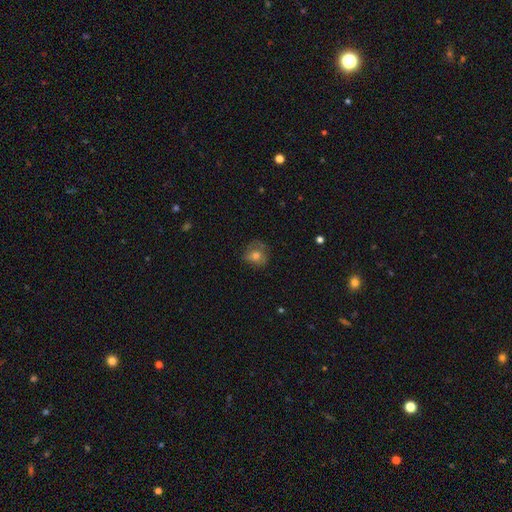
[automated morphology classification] smooth_or_featured: smooth (p=0.61) [alt: featured or disk p=0.26]
how_rounded: round (p=0.70) [alt: in between p=0.29]
merging: none (p=0.57) [alt: minor disturbance p=0.25]